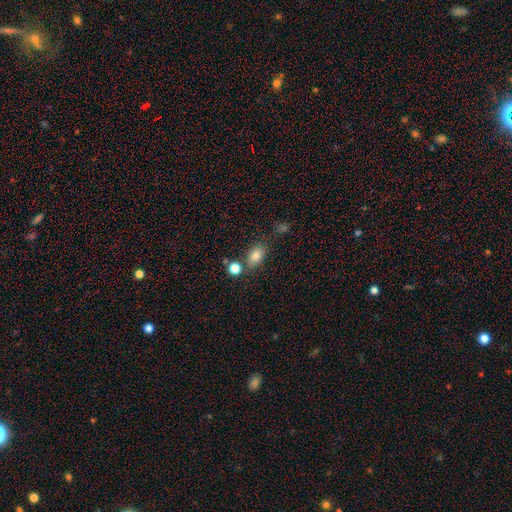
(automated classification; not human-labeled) A smooth galaxy with no disk features (79%) that is in between round and cigar-shaped (78%).

Vote fractions:
- Smooth or featured? smooth: 79% / star or artifact: 11% / featured or disk: 10%
- How rounded? in between: 78% / round: 20% / cigar-shaped: 2%
- Merging? none: 69% / minor disturbance: 14% / merger: 12% / major disturbance: 5%